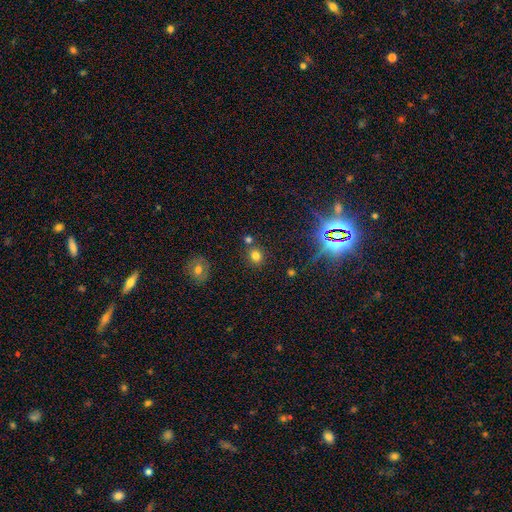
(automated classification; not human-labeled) Morphology: type=smooth (73%); roundness=round (74%); merging=none (73%).